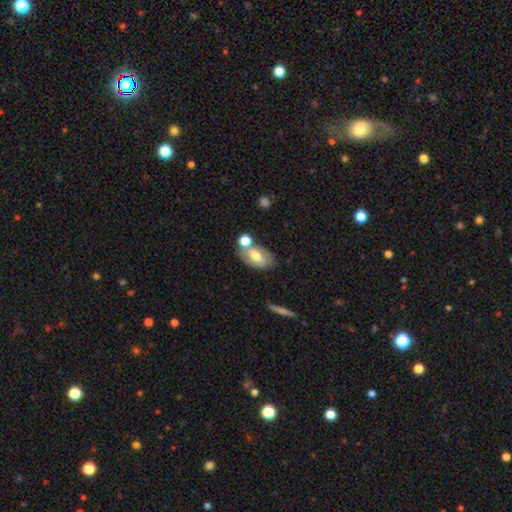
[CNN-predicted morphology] smooth 62%, featured or disk 30%, star or artifact 8%. Down the decision tree: how rounded — in between (89%); merging — none (51%).